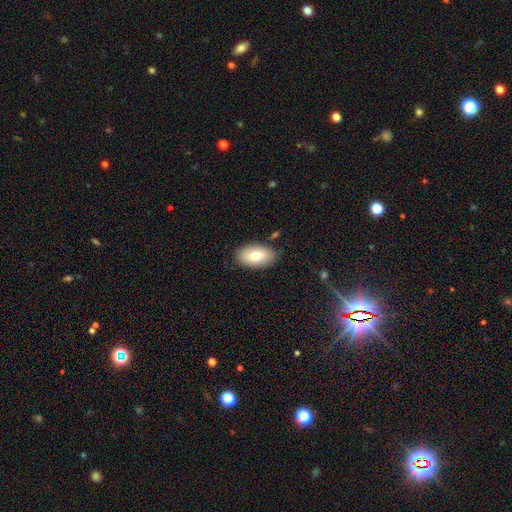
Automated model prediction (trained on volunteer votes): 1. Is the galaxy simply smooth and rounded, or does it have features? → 77% smooth, 16% featured or disk, 6% star or artifact.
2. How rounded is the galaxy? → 94% in between, 4% round, 2% cigar-shaped.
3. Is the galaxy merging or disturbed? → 84% none, 12% minor disturbance, 3% major disturbance, 2% merger.